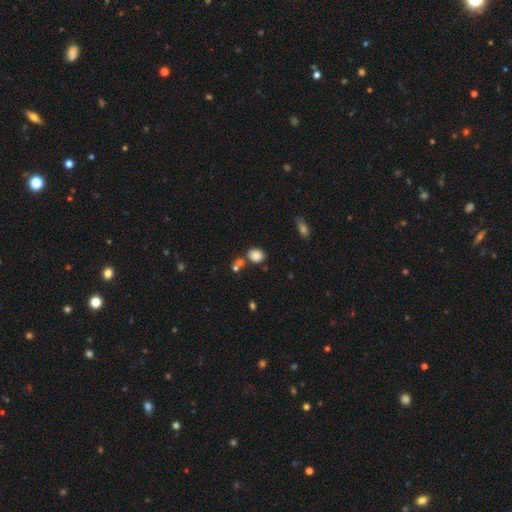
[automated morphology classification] This appears to be a smooth galaxy with no disk features (84%) that is round (59%). Merging: none (65%).